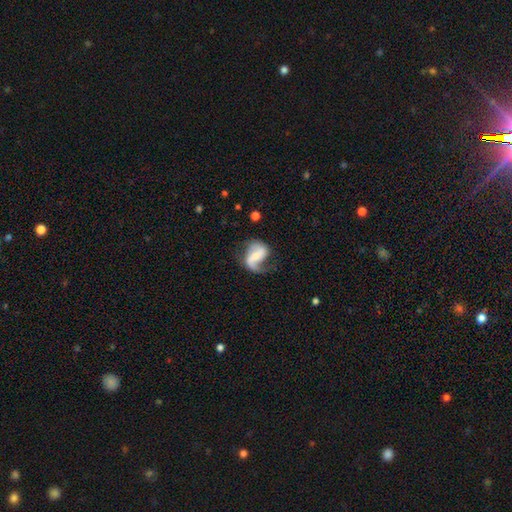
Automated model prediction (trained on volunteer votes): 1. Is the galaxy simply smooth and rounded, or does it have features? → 75% featured or disk, 19% smooth, 6% star or artifact.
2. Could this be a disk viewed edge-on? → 97% no, 3% yes.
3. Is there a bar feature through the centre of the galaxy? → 40% weak, 34% strong, 26% no.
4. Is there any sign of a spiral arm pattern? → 91% yes, 9% no.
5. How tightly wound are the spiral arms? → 53% loose, 35% medium, 12% tight.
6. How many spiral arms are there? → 58% 2, 37% 1, 4% can't tell, 1% 3, 1% 4, 1% more than 4.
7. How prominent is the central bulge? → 44% small, 29% moderate, 20% none, 5% large, 2% dominant.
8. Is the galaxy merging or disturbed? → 45% none, 28% major disturbance, 24% minor disturbance, 3% merger.